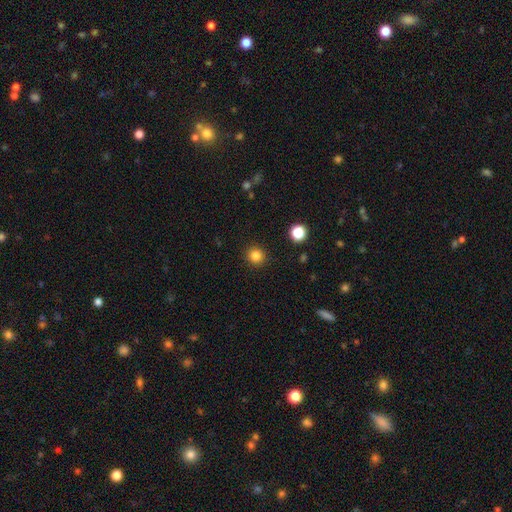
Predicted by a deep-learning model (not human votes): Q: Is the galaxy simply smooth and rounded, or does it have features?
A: smooth — 83%.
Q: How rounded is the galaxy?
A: round — 93%.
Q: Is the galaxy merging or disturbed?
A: none — 92%.